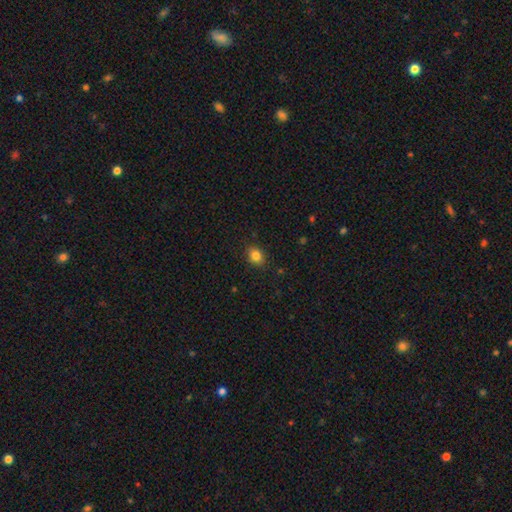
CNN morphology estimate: smooth-or-featured: smooth: 84% | star or artifact: 11% | featured or disk: 5%
  how-rounded: in between: 50% | round: 49% | cigar-shaped: 1%
  merging: none: 88% | minor disturbance: 9% | major disturbance: 2% | merger: 1%